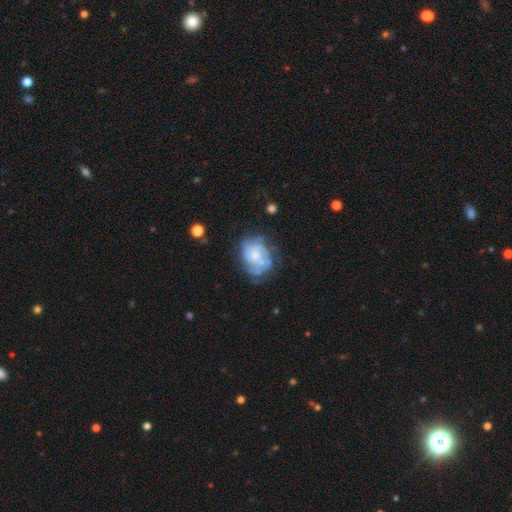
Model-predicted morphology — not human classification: Smooth or featured? featured or disk (64%)
Edge-on disk? no (98%)
Bar? no (75%)
Spiral arms? yes (64%)
Bulge size? moderate (38%, tied with small)
Merging? none (53%)